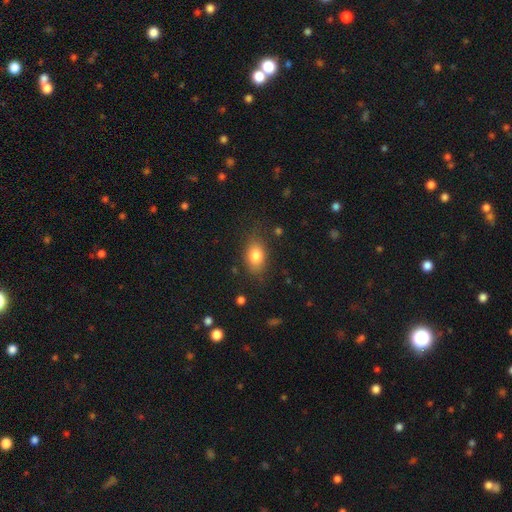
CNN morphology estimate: Smooth or featured: smooth — 81% (featured or disk — 11%)
How rounded: in between — 79% (round — 19%)
Merging: none — 76% (minor disturbance — 17%)